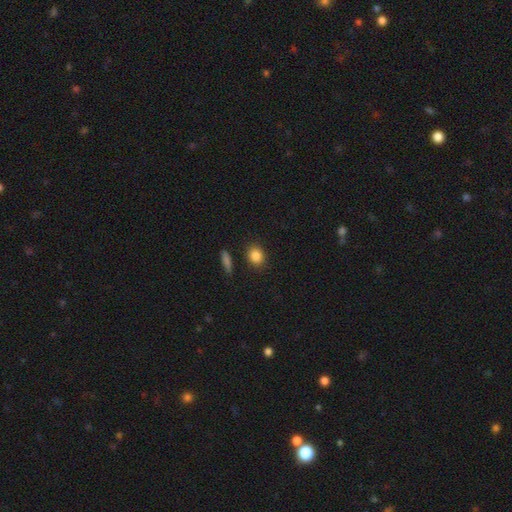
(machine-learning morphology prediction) Smooth or featured? smooth (86%)
How rounded? round (58%)
Merging? none (85%)